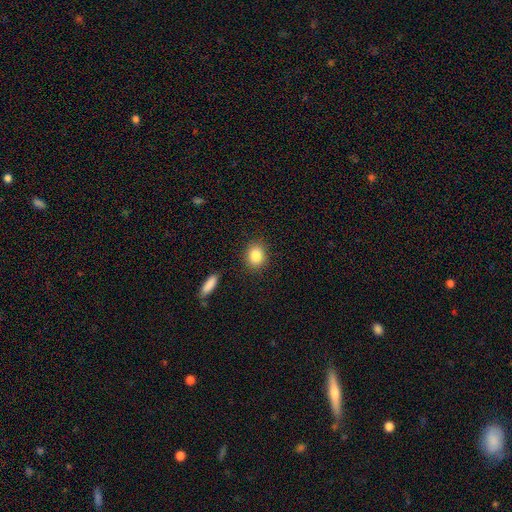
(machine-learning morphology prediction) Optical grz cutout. It shows a smooth galaxy with no disk features (85%) that is round (61%). Merging: none (87%).